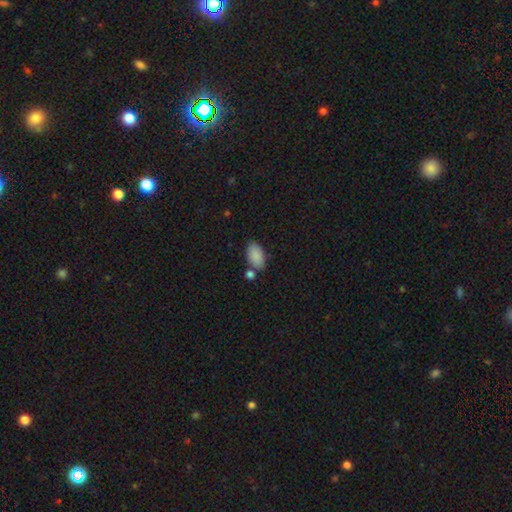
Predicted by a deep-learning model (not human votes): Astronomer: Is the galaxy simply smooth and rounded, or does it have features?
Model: smooth — 88%.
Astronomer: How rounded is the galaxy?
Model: in between — 94%.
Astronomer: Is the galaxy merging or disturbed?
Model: none — 68%.